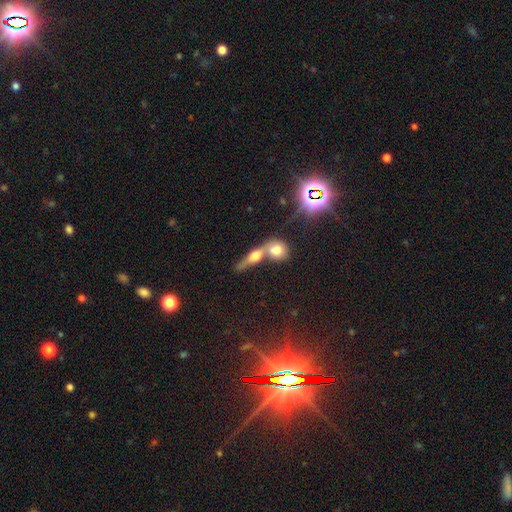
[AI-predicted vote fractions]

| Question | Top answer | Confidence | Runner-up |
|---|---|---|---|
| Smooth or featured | smooth | 44% | featured or disk (42%) |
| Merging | merger | 51% | none (37%) |